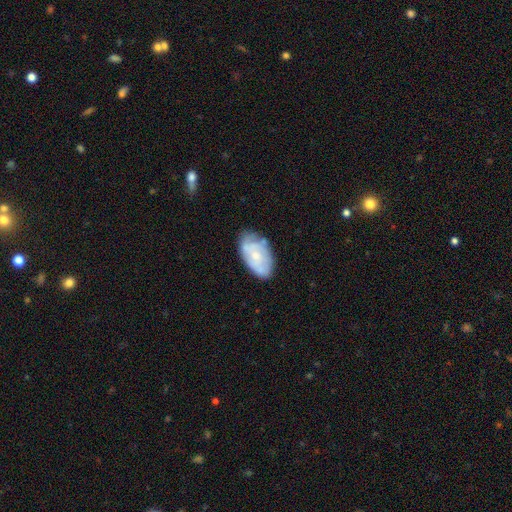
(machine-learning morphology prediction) Smooth or featured? featured or disk (49%)
Merging? none (65%)